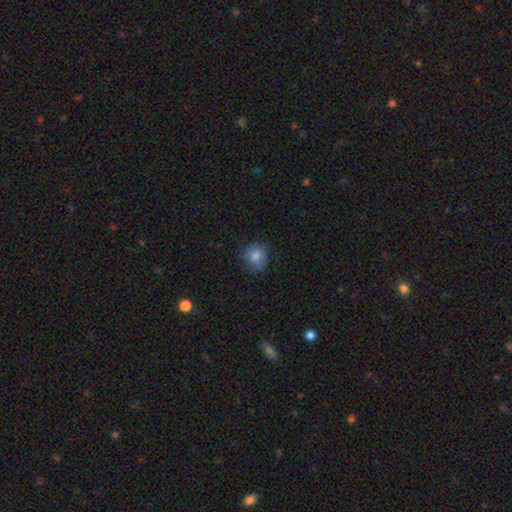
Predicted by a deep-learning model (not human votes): Smooth or featured?
  - smooth: 80% *
  - star or artifact: 11%
  - featured or disk: 9%
How rounded?
  - round: 73% *
  - in between: 26%
  - cigar-shaped: 1%
Merging?
  - none: 68% *
  - minor disturbance: 23%
  - major disturbance: 8%
  - merger: 1%